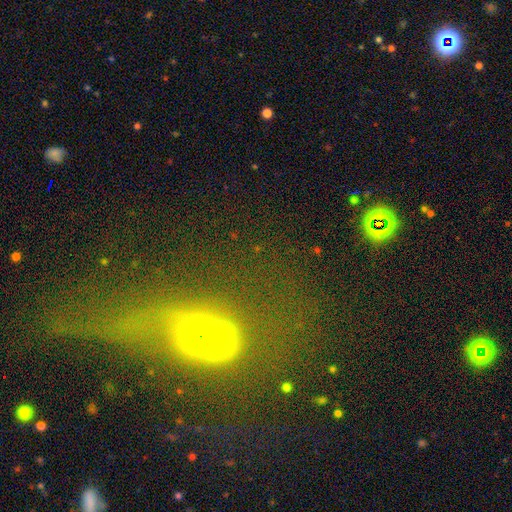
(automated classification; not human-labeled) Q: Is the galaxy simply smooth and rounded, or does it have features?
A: featured or disk — 39%.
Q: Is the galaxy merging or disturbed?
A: merger — 44%.